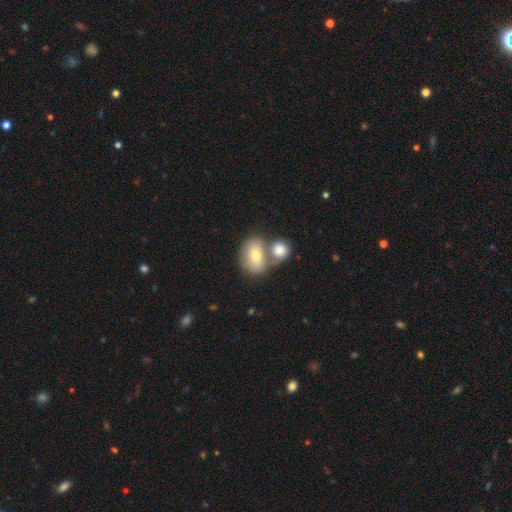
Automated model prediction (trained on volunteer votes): This appears to be a smooth galaxy with no disk features (70%) that is in between round and cigar-shaped (66%). Merging: merger (55%).